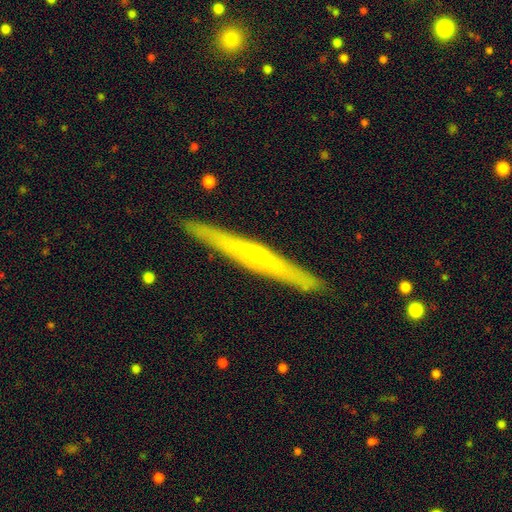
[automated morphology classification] featured or disk 71%, smooth 23%, star or artifact 6%. Down the decision tree: edge-on disk — yes (96%); edge-on bulge — rounded (68%); merging — none (92%).